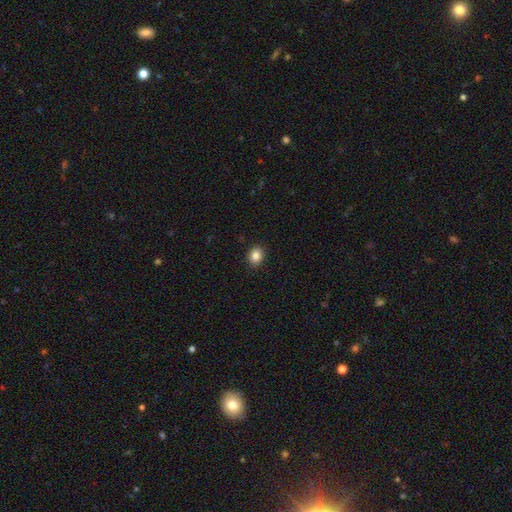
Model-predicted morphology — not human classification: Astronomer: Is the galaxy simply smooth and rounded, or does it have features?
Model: smooth — 86%.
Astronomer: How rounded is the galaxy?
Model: round — 60% (runner-up: in between, 39%).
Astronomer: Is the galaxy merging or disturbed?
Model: none — 91%.